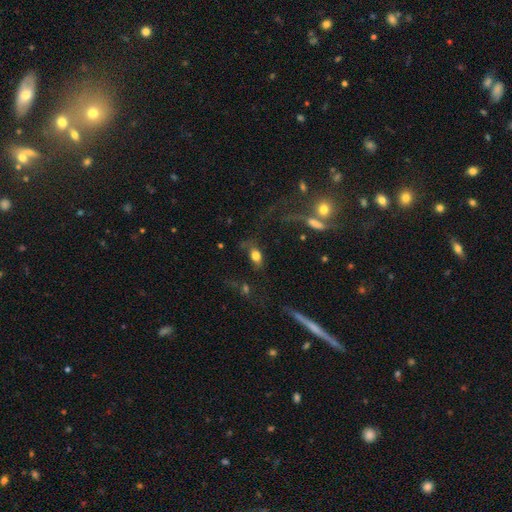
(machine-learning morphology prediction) type=smooth (73%); roundness=in between (81%); merging=none (56%).